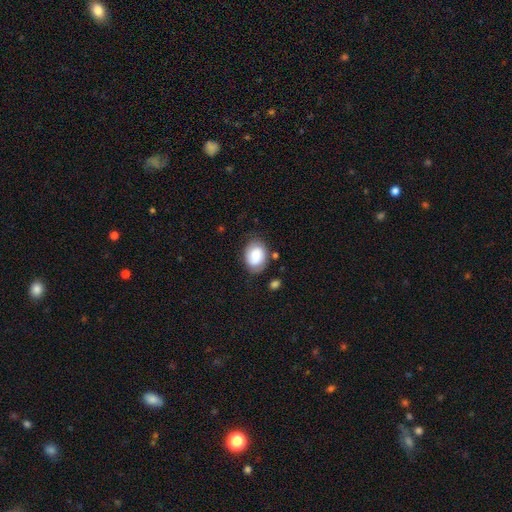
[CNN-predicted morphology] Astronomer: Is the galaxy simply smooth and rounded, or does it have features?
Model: smooth — 72%.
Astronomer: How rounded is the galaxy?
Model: in between — 67%.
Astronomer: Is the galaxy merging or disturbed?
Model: none — 71%.